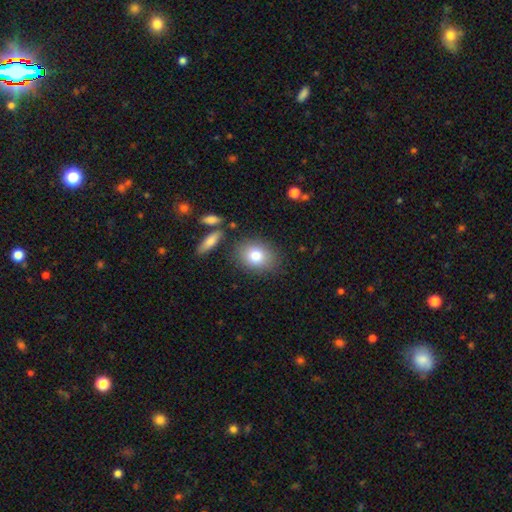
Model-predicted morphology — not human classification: A smooth galaxy with no disk features (79%) that is in between round and cigar-shaped (56%). Merging: none (82%).